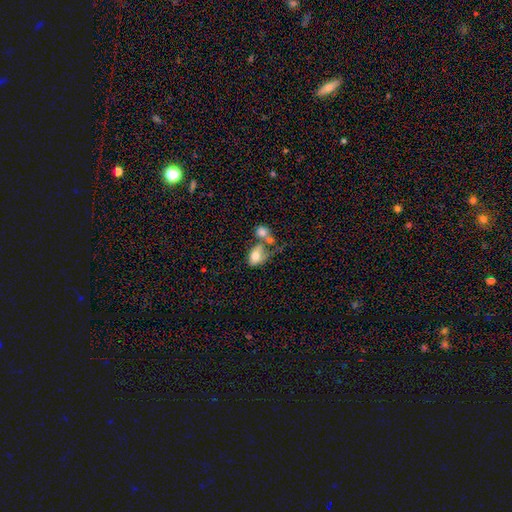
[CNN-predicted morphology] A smooth galaxy with no disk features (69%) that is in between round and cigar-shaped (78%). Merging: merger (54%).